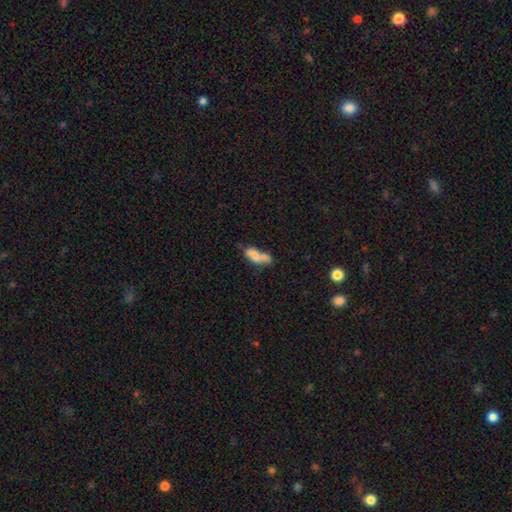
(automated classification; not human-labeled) smooth_or_featured: smooth (p=0.65) [alt: featured or disk p=0.25]
how_rounded: in between (p=0.74) [alt: cigar-shaped p=0.21]
merging: merger (p=0.48) [alt: none p=0.27]